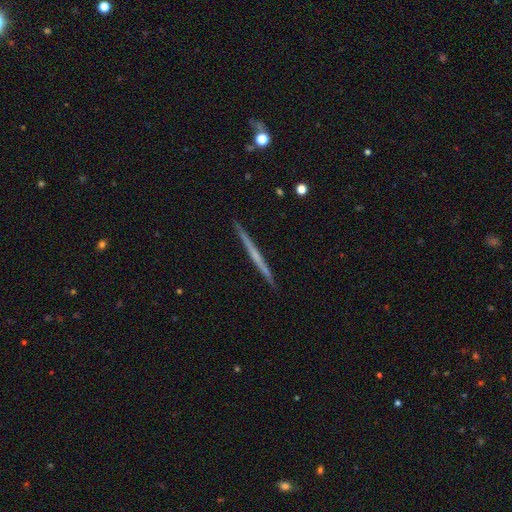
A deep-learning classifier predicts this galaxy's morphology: This appears to be a featured or disk galaxy (59%) viewed edge-on (98%) with no central bulge (86%). Merging: none (93%).